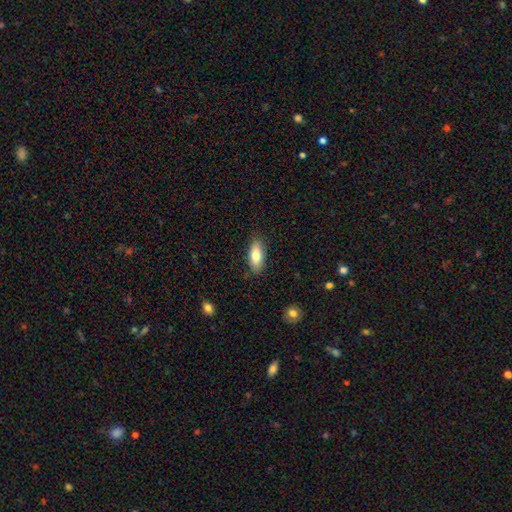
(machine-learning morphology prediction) The model was most divided on "how rounded": in between: 80%, cigar-shaped: 18%, round: 2%. More confident: merging — none (85%); smooth or featured — smooth (80%).